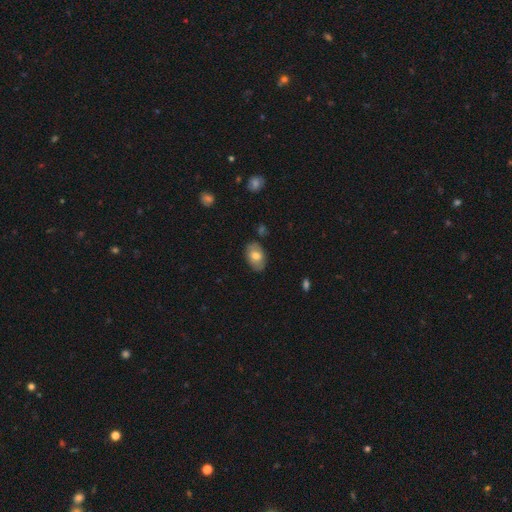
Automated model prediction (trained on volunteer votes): This appears to be a smooth galaxy with no disk features (71%) that is in between round and cigar-shaped (88%). Merging: none (82%).